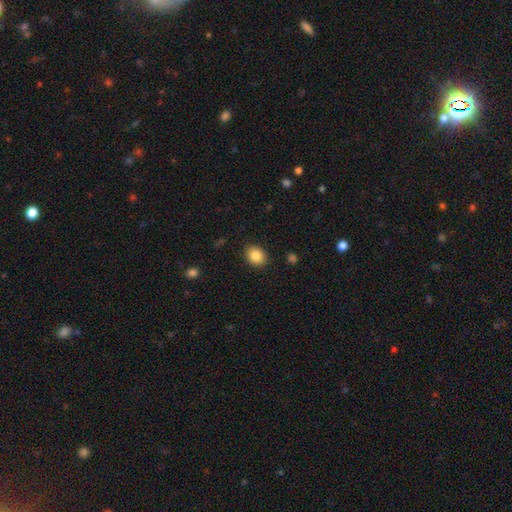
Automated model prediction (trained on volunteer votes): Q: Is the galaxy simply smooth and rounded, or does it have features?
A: smooth — 86%.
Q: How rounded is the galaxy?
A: in between — 52%.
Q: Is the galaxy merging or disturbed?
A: none — 89%.